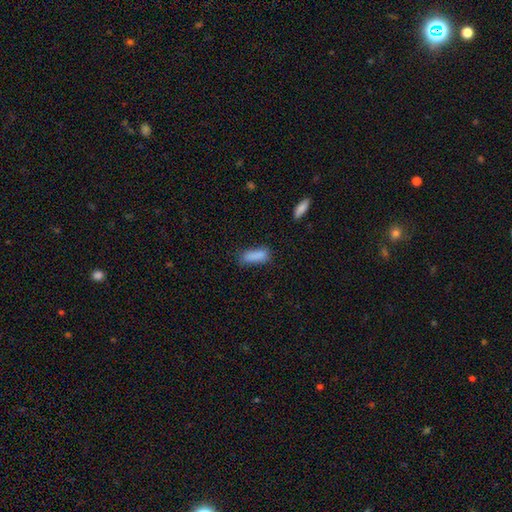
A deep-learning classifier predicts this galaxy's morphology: This appears to be a smooth galaxy with no disk features (87%) that is in between round and cigar-shaped (61%). Merging: none (68%).